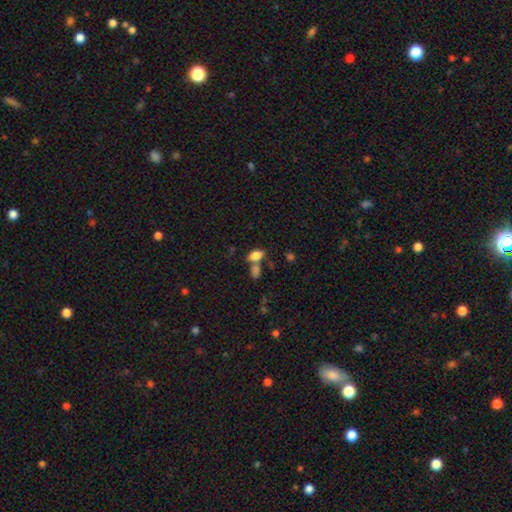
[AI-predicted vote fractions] Smooth or featured? Predicted: smooth (p=0.82). How rounded? Predicted: in between (p=0.89). Merging? Predicted: none (p=0.48).